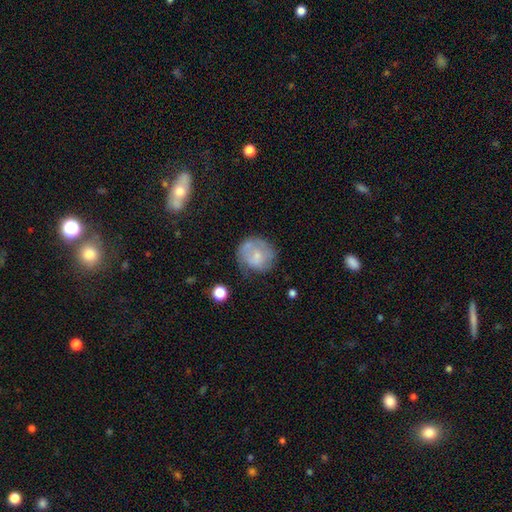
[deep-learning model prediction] Smooth or featured? Predicted: smooth (p=0.54). How rounded? Predicted: round (p=0.82). Merging? Predicted: none (p=0.54).